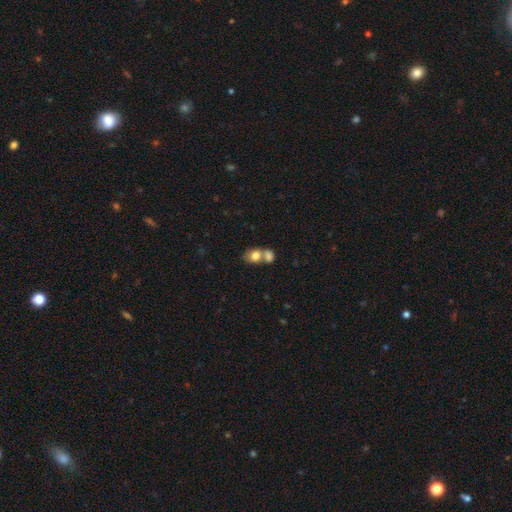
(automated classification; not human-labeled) The model was most divided on "how rounded": in between: 58%, round: 40%, cigar-shaped: 1%. More confident: smooth or featured — smooth (78%); merging — merger (64%).